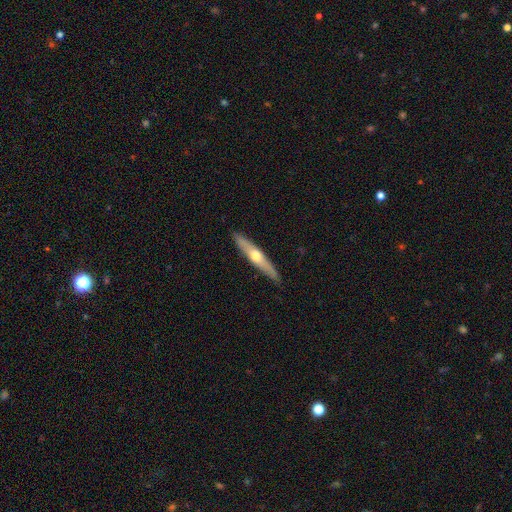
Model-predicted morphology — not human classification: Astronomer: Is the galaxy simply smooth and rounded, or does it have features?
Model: featured or disk — 59% (runner-up: smooth, 36%).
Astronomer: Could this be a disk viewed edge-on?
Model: yes — 93%.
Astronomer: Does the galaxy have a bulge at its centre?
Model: rounded — 90%.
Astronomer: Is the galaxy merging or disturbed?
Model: none — 90%.